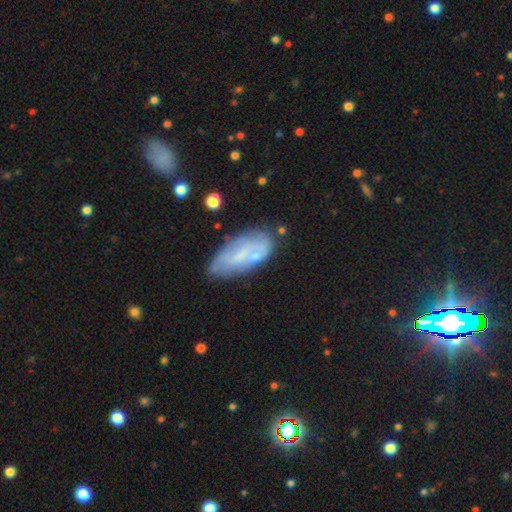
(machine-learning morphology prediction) Smooth or featured? featured or disk (47%)
Merging? none (55%)